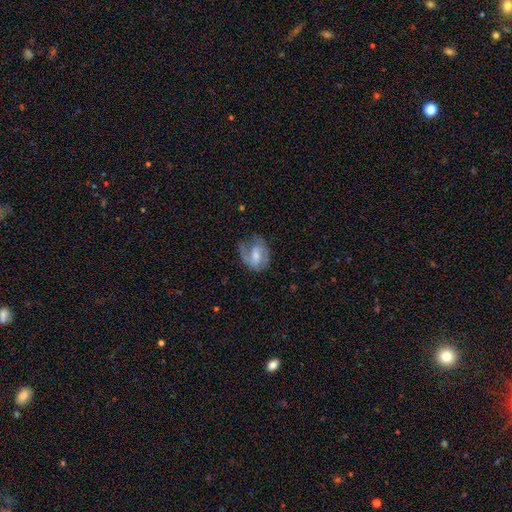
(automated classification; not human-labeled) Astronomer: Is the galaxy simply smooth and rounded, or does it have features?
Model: featured or disk — 65%.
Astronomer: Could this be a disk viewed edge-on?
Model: no — 97%.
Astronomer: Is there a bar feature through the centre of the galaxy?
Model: weak — 51% (runner-up: no, 30%).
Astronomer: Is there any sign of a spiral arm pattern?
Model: yes — 87%.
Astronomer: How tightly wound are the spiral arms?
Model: medium — 47% (runner-up: loose, 30%).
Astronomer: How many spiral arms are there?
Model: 2 — 68%.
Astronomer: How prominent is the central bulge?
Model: moderate — 49% (runner-up: small, 37%).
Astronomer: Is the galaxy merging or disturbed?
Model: none — 54%.